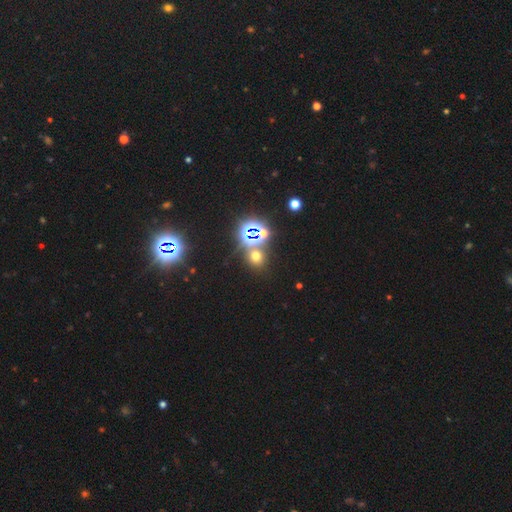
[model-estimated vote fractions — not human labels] Smooth or featured?
  - smooth: 48% *
  - star or artifact: 44%
  - featured or disk: 7%
Merging?
  - none: 75% *
  - merger: 13%
  - minor disturbance: 8%
  - major disturbance: 4%